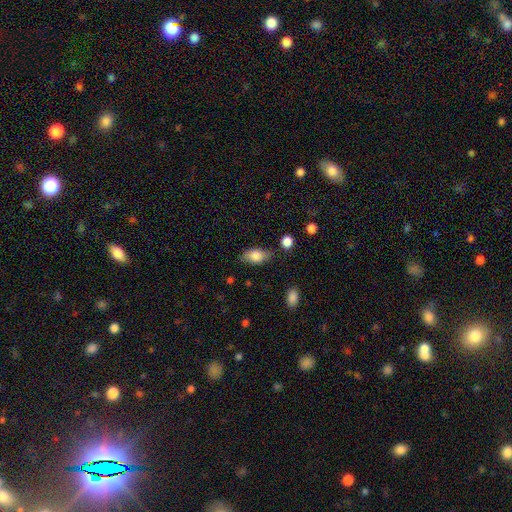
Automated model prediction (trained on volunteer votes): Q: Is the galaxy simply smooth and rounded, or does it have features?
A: smooth — 81%.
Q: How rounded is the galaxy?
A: in between — 89%.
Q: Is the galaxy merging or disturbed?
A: none — 73%.